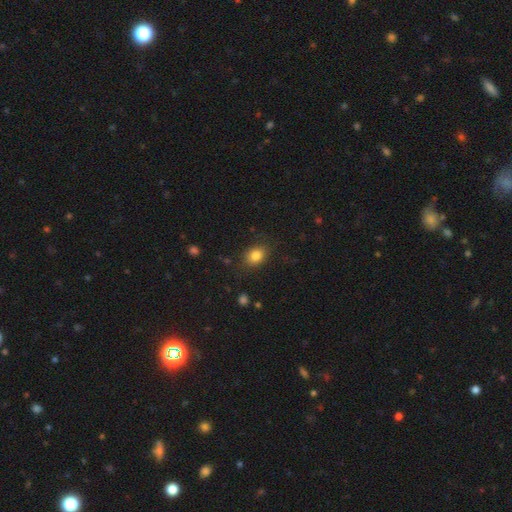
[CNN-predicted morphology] Q: Smooth or featured?
A: smooth (83%); runner-up: star or artifact (10%)
Q: How rounded?
A: in between (55%); runner-up: round (44%)
Q: Merging?
A: none (83%); runner-up: minor disturbance (12%)